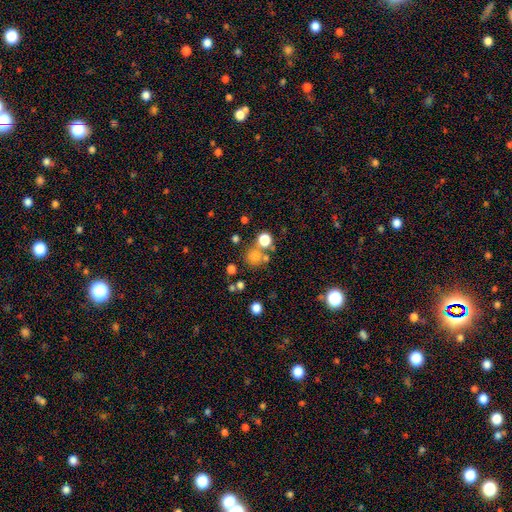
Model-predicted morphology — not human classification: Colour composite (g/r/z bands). It shows a smooth galaxy with no disk features (72%) that is round (87%). Merging: none (63%).